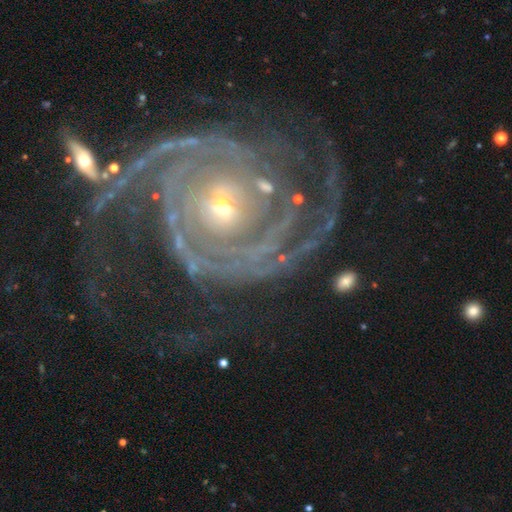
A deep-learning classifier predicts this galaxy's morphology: smooth_or_featured: featured or disk (p=0.92) [alt: star or artifact p=0.06]
disk_edge_on: no (p=0.98) [alt: yes p=0.02]
bar: no (p=0.69) [alt: weak p=0.20]
has_spiral_arms: yes (p=0.98) [alt: no p=0.02]
spiral_winding: tight (p=0.62) [alt: medium p=0.31]
spiral_arm_count: 2 (p=0.49) [alt: 3 p=0.15]
bulge_size: small (p=0.66) [alt: moderate p=0.29]
merging: none (p=0.57) [alt: major disturbance p=0.20]